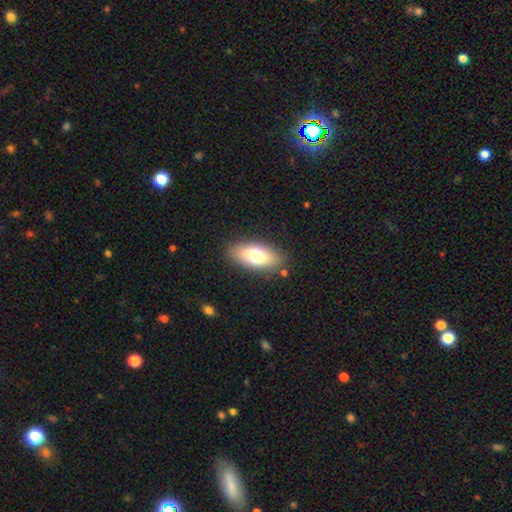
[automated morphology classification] The model was most divided on "smooth or featured": smooth: 72%, featured or disk: 20%, star or artifact: 8%. More confident: how rounded — in between (85%); merging — none (84%).